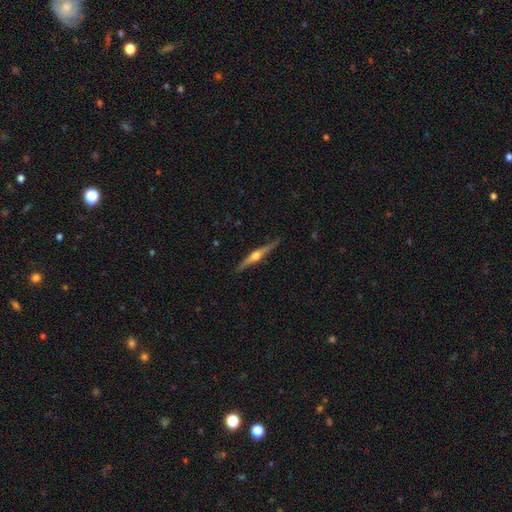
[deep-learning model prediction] Smooth or featured: featured or disk — 77% (smooth — 18%)
Edge-on disk: yes — 98% (no — 2%)
Edge-on bulge: rounded — 94% (boxy — 3%)
Merging: none — 89% (minor disturbance — 9%)